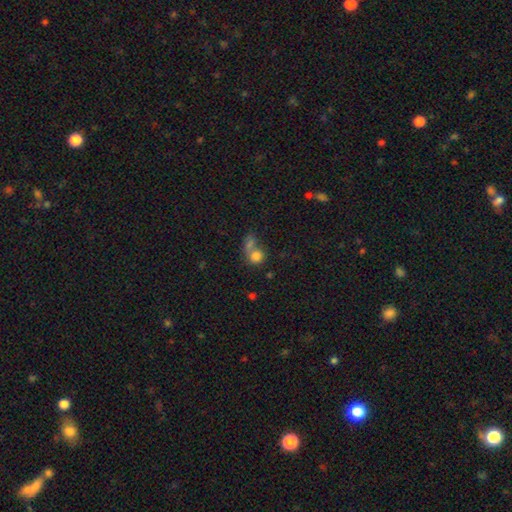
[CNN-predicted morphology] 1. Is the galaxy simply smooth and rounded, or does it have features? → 77% smooth, 12% featured or disk, 11% star or artifact.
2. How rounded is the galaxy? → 69% round, 30% in between, 1% cigar-shaped.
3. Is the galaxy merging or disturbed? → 55% merger, 29% none, 8% minor disturbance, 8% major disturbance.